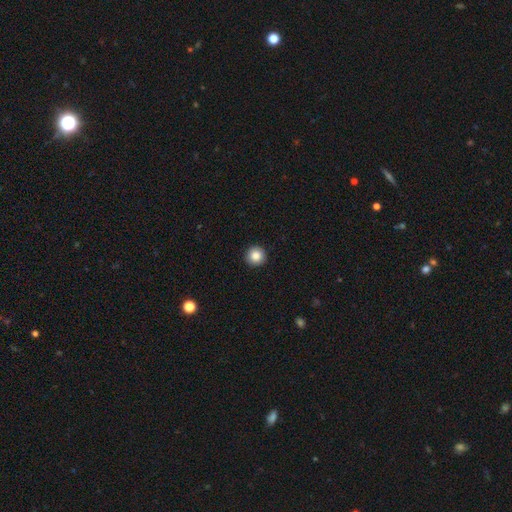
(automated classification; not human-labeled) Smooth or featured?
  - smooth: 86% *
  - star or artifact: 9%
  - featured or disk: 5%
How rounded?
  - round: 96% *
  - in between: 3%
  - cigar-shaped: 1%
Merging?
  - none: 93% *
  - minor disturbance: 4%
  - major disturbance: 1%
  - merger: 1%